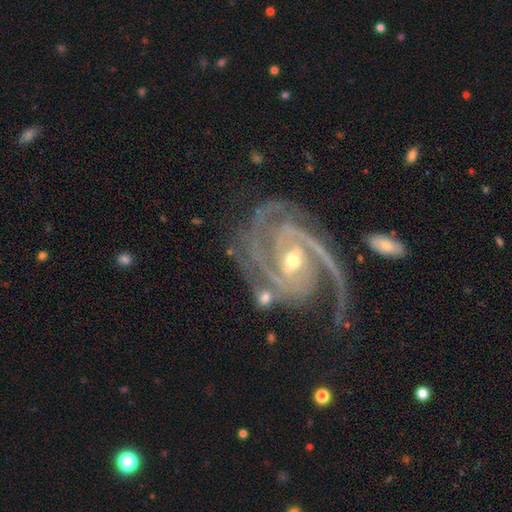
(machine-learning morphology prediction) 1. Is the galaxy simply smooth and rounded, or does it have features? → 93% featured or disk, 5% star or artifact, 2% smooth.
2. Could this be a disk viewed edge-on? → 97% no, 3% yes.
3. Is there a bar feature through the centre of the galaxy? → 39% no, 34% weak, 28% strong.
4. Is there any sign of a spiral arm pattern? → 99% yes, 1% no.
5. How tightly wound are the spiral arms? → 64% tight, 32% medium, 4% loose.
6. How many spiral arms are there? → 37% 3, 31% 2, 11% 4, 9% can't tell, 6% more than 4, 6% 1.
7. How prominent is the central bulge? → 53% small, 44% moderate, 1% large, 1% none, 1% dominant.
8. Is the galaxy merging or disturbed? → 62% none, 21% minor disturbance, 12% major disturbance, 5% merger.